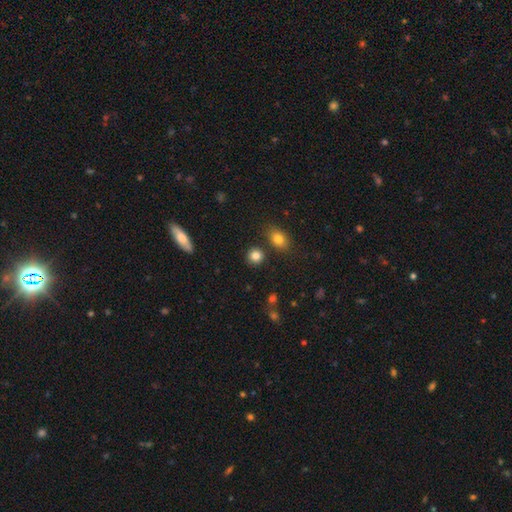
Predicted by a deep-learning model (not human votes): This appears to be a smooth galaxy with no disk features (84%) that is round (84%). Merging: none (83%).